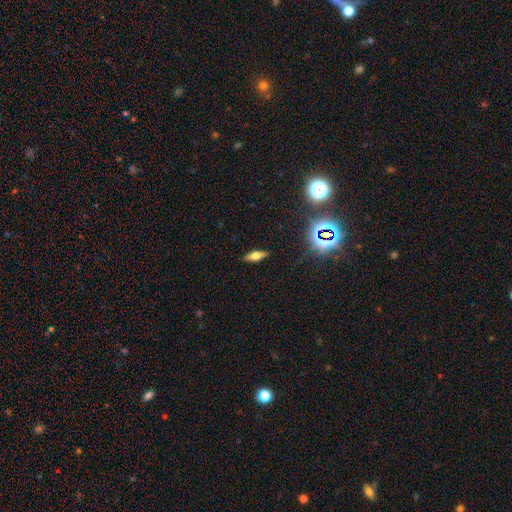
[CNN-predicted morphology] Smooth or featured?
  - smooth: 44% *
  - featured or disk: 41%
  - star or artifact: 15%
Merging?
  - none: 88% *
  - minor disturbance: 9%
  - major disturbance: 2%
  - merger: 1%